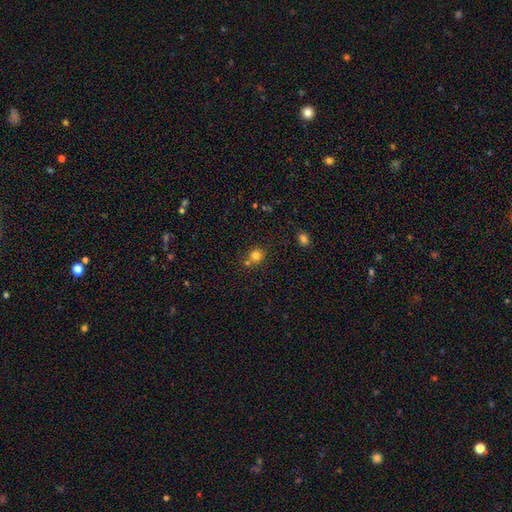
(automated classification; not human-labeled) Smooth or featured? Predicted: smooth (p=0.79). How rounded? Predicted: round (p=0.82). Merging? Predicted: none (p=0.64).